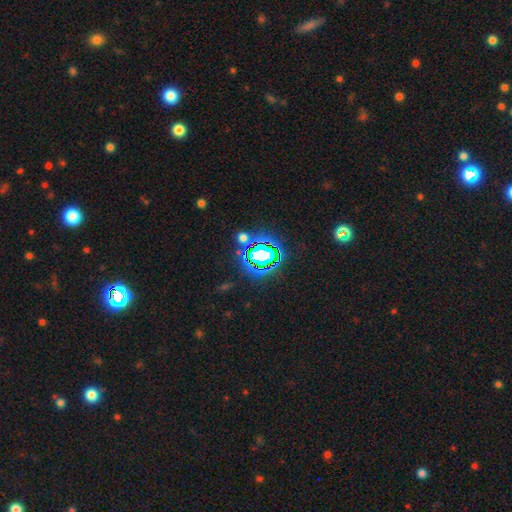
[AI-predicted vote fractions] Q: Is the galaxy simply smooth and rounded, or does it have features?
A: star or artifact — 75%.